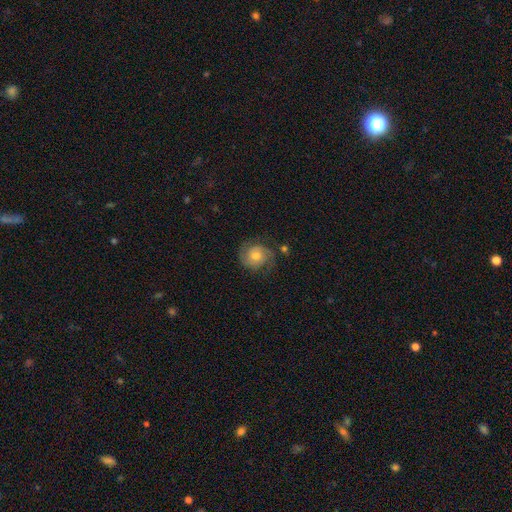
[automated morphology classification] Smooth or featured?
  - featured or disk: 61% *
  - smooth: 30%
  - star or artifact: 9%
Edge-on disk?
  - no: 98% *
  - yes: 2%
Bar?
  - no: 76% *
  - weak: 20%
  - strong: 4%
Spiral arms?
  - yes: 90% *
  - no: 10%
Spiral winding?
  - tight: 45% *
  - medium: 39%
  - loose: 16%
Spiral arm count?
  - 2: 70% *
  - can't tell: 14%
  - 3: 8%
  - 1: 4%
  - 4: 2%
  - more than 4: 2%
Bulge size?
  - moderate: 62% *
  - small: 27%
  - large: 7%
  - none: 2%
  - dominant: 1%
Merging?
  - none: 69% *
  - minor disturbance: 19%
  - major disturbance: 10%
  - merger: 2%